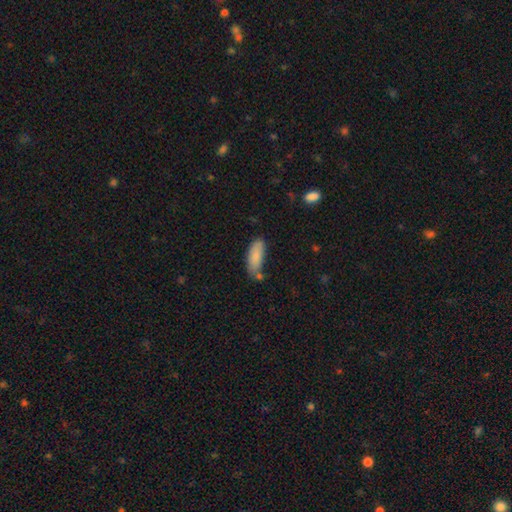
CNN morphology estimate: Smooth or featured?
  - smooth: 84% *
  - featured or disk: 10%
  - star or artifact: 6%
How rounded?
  - in between: 74% *
  - cigar-shaped: 24%
  - round: 2%
Merging?
  - none: 60% *
  - minor disturbance: 24%
  - merger: 11%
  - major disturbance: 5%